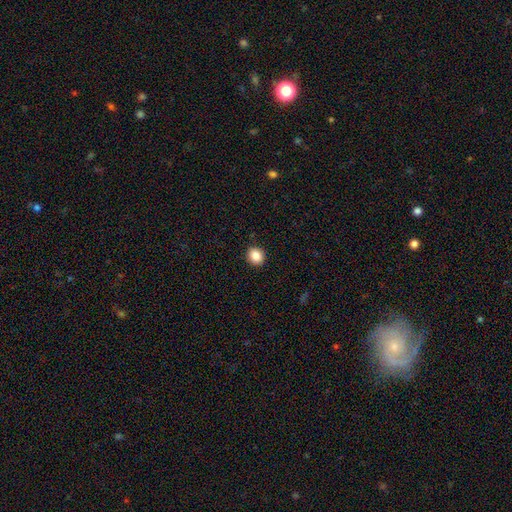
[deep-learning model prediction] Smooth or featured? Predicted: smooth (p=0.86). How rounded? Predicted: round (p=0.76). Merging? Predicted: none (p=0.92).